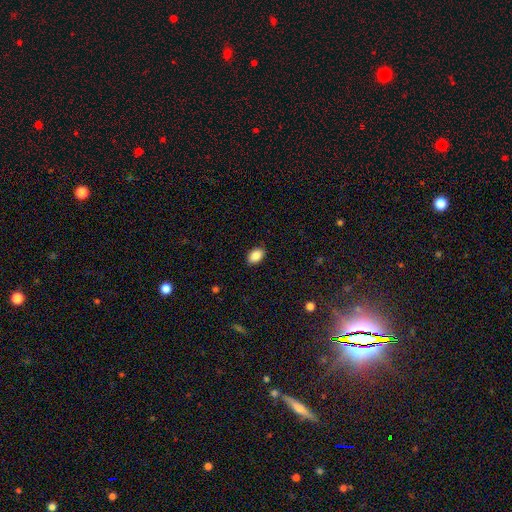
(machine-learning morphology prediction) This is clearly a smooth galaxy (89%). How rounded: clearly in between (87%). Merging: clearly none (88%).